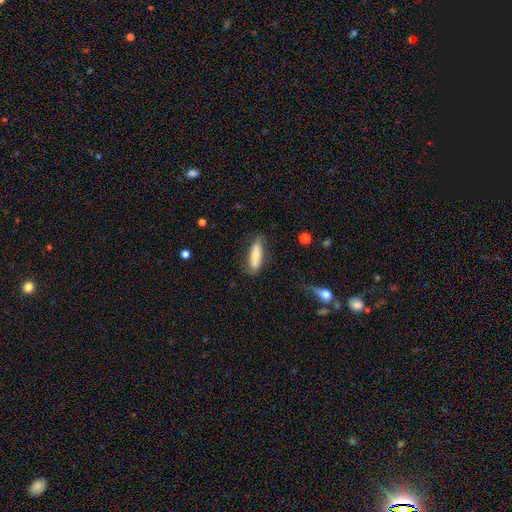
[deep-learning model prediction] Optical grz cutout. It shows a smooth galaxy with no disk features (63%) that is in between round and cigar-shaped (55%). Merging: none (69%).